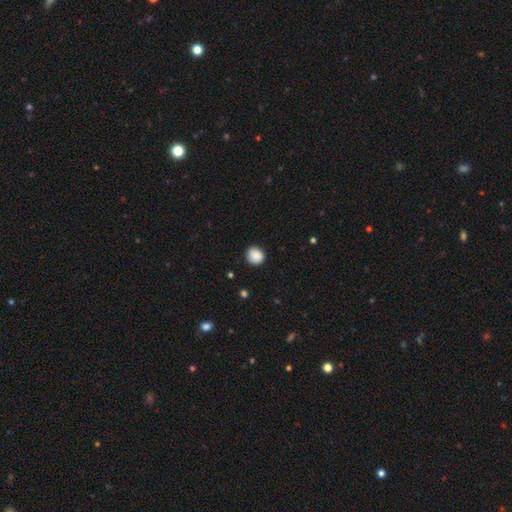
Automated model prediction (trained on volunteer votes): This is clearly a smooth galaxy (88%). How rounded: clearly round (85%). Merging: clearly none (86%).